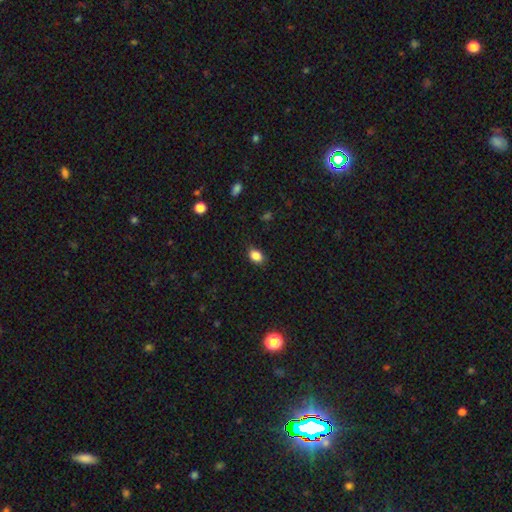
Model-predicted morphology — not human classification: Smooth or featured?
  - smooth: 85% *
  - star or artifact: 10%
  - featured or disk: 4%
How rounded?
  - in between: 71% *
  - round: 27%
  - cigar-shaped: 1%
Merging?
  - none: 82% *
  - minor disturbance: 14%
  - major disturbance: 3%
  - merger: 1%